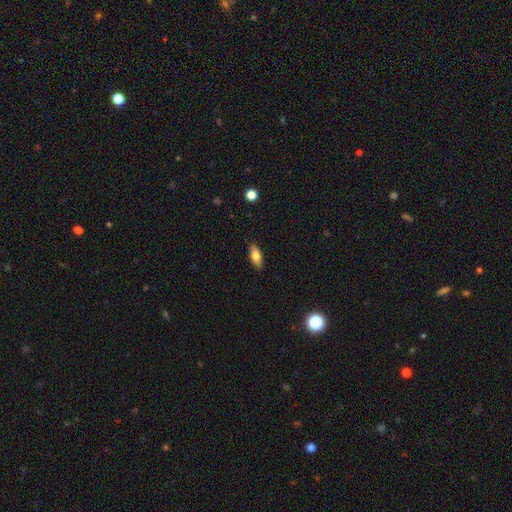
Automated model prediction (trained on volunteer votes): smooth_or_featured: smooth (p=0.76) [alt: featured or disk p=0.16]
how_rounded: in between (p=0.78) [alt: cigar-shaped p=0.19]
merging: none (p=0.87) [alt: minor disturbance p=0.09]